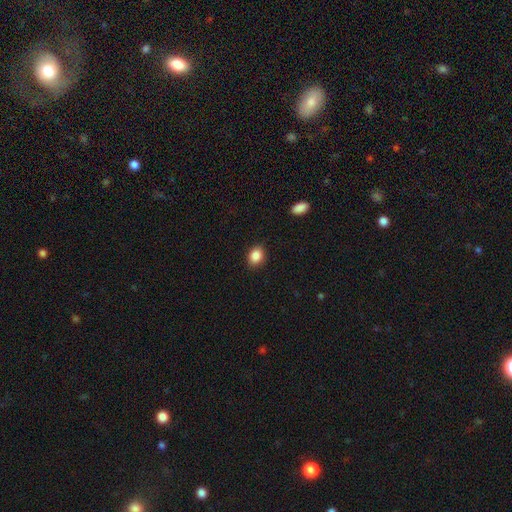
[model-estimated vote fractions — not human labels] smooth 88%, star or artifact 9%, featured or disk 3%. Down the decision tree: how rounded — in between (53%); merging — none (89%).